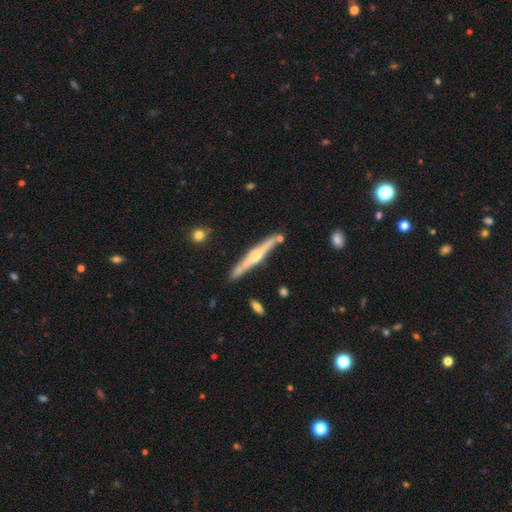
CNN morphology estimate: featured or disk 75%, smooth 20%, star or artifact 5%. Down the decision tree: edge-on disk — yes (98%); edge-on bulge — rounded (90%); merging — none (85%).